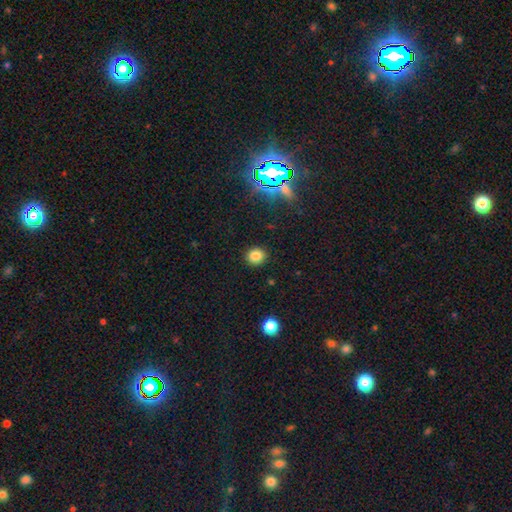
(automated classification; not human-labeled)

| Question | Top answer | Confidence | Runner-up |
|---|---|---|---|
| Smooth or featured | smooth | 80% | star or artifact (15%) |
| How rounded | round | 86% | in between (13%) |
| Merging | none | 90% | minor disturbance (6%) |